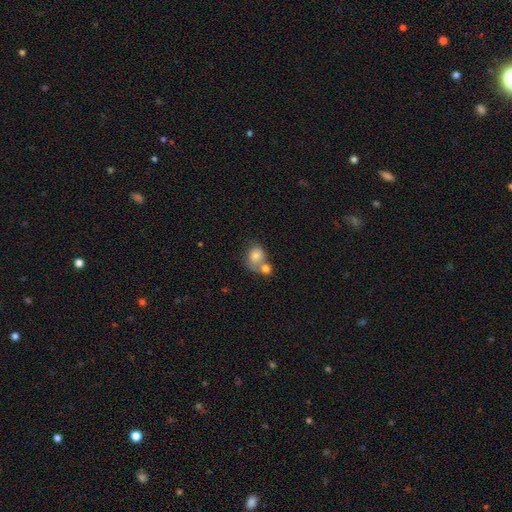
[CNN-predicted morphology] Q: Smooth or featured?
A: smooth (77%); runner-up: featured or disk (14%)
Q: How rounded?
A: round (62%); runner-up: in between (37%)
Q: Merging?
A: merger (52%); runner-up: none (30%)